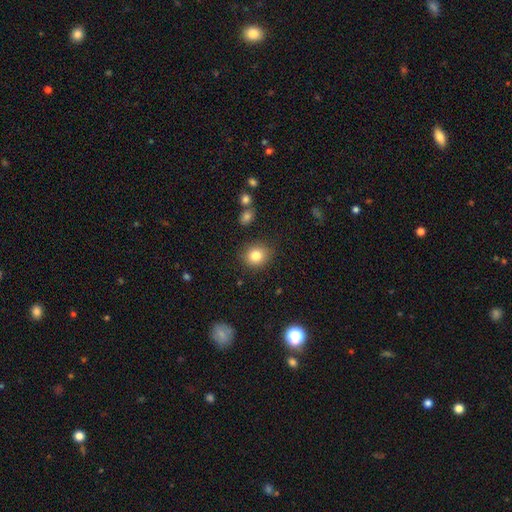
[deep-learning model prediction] Smooth or featured: smooth — 82% (star or artifact — 10%)
How rounded: round — 71% (in between — 28%)
Merging: none — 86% (minor disturbance — 10%)